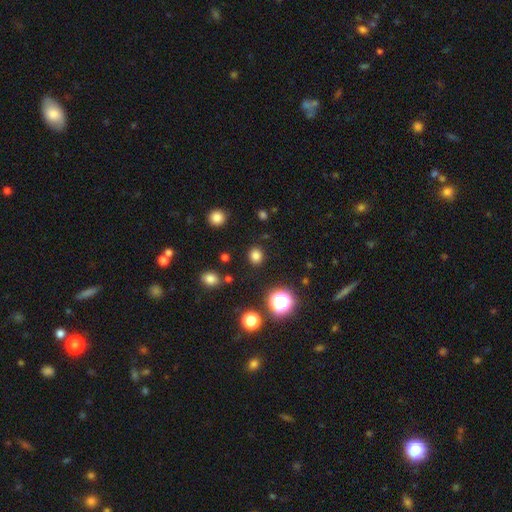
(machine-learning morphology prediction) Smooth or featured? Predicted: smooth (p=0.78). How rounded? Predicted: round (p=0.78). Merging? Predicted: none (p=0.88).